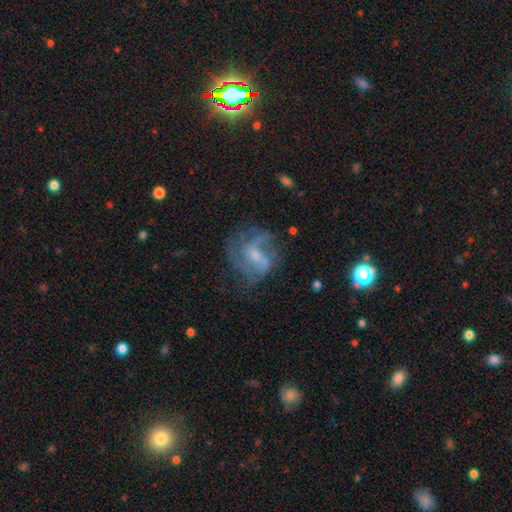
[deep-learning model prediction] featured or disk 74%, smooth 15%, star or artifact 11%. Down the decision tree: edge-on disk — no (97%); bar — weak (50%); spiral arms — yes (83%); spiral arm count — can't tell (31%); spiral winding — medium (43%); bulge size — small (51%); merging — none (54%).